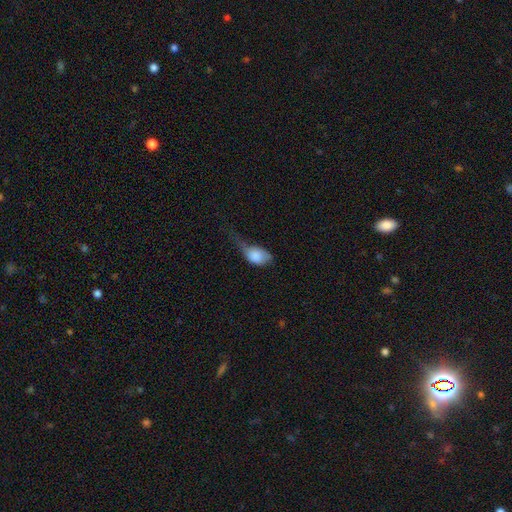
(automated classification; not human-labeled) The model was most divided on "merging": major disturbance: 49%, minor disturbance: 34%, none: 13%, merger: 4%. More confident: how rounded — in between (81%); smooth or featured — smooth (77%).